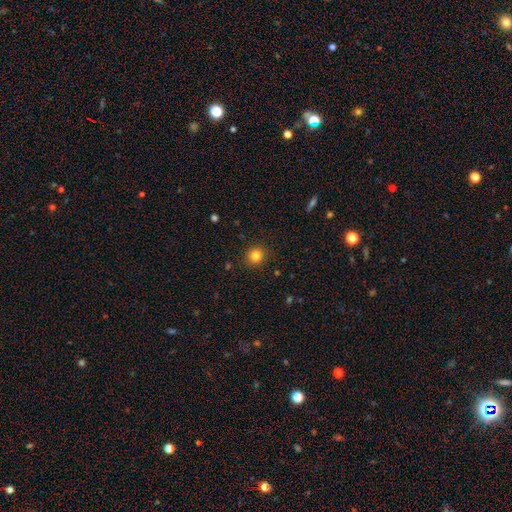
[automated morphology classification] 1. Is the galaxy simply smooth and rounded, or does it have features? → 82% smooth, 13% star or artifact, 5% featured or disk.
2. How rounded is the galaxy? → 92% round, 7% in between, 1% cigar-shaped.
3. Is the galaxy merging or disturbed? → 91% none, 6% minor disturbance, 2% major disturbance, 1% merger.